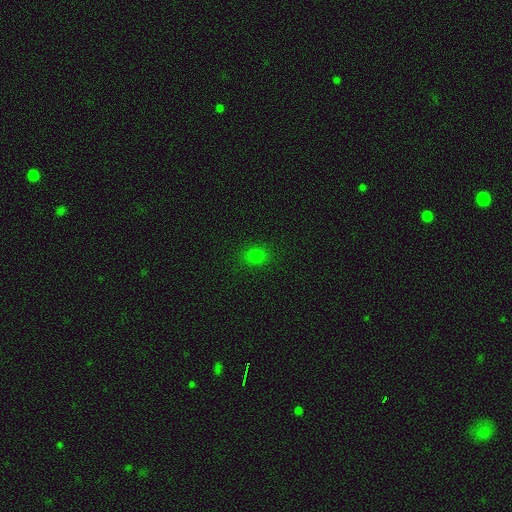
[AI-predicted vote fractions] Smooth or featured? Predicted: smooth (p=0.77). How rounded? Predicted: round (p=0.68). Merging? Predicted: none (p=0.87).